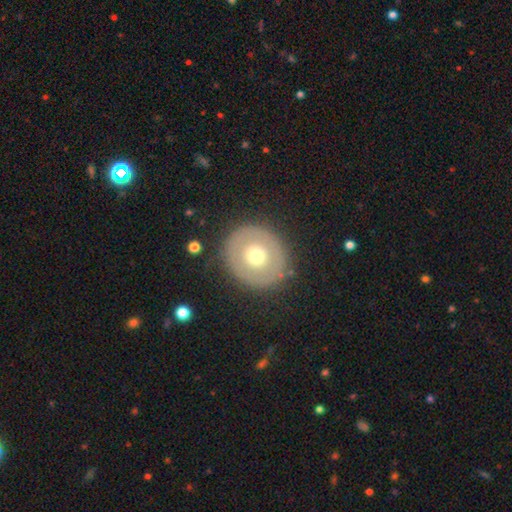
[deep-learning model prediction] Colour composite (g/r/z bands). It shows a smooth galaxy with no disk features (54%) that is round (82%). Merging: none (85%).